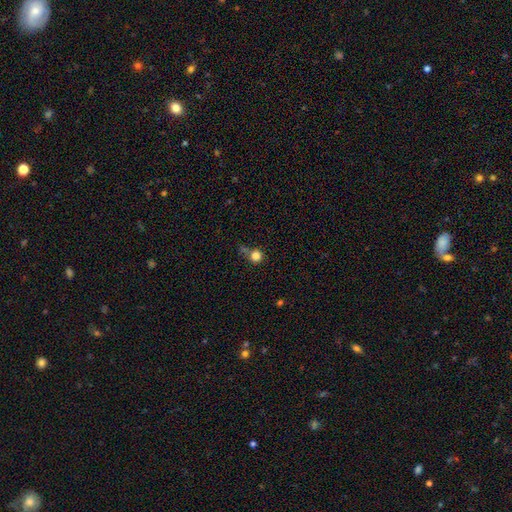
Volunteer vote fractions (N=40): Overall: smooth (82%). How rounded: round (88%). Merging: none (46%; minor disturbance 23%).